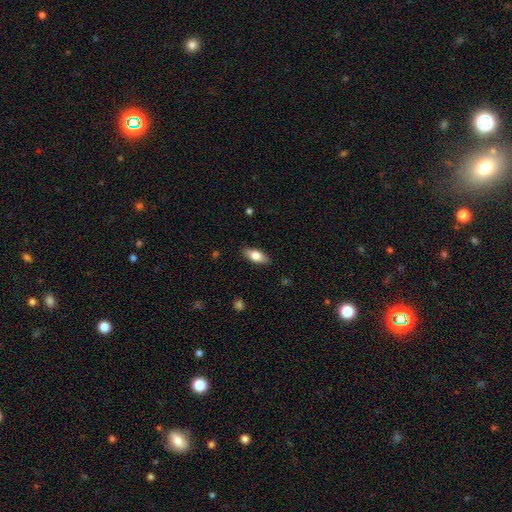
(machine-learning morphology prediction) Smooth or featured? Predicted: smooth (p=0.74). How rounded? Predicted: in between (p=0.78). Merging? Predicted: none (p=0.87).